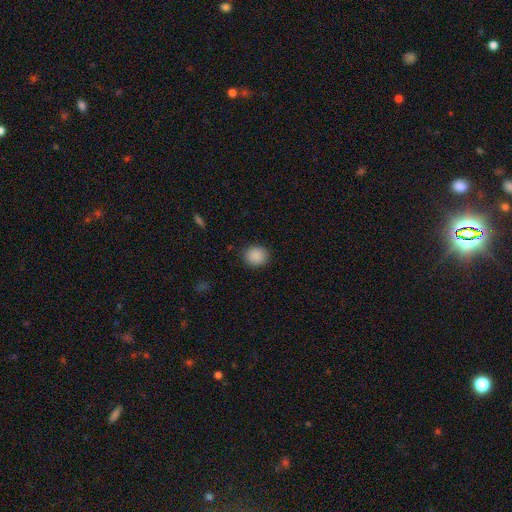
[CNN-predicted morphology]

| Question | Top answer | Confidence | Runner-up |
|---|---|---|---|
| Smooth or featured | smooth | 89% | star or artifact (9%) |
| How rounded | round | 78% | in between (21%) |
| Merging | none | 88% | minor disturbance (8%) |